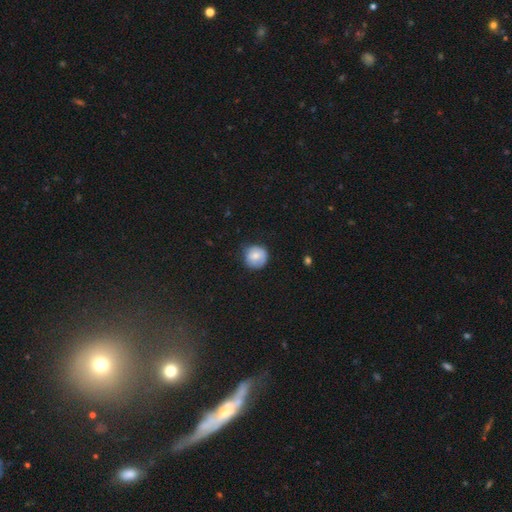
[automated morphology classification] Smooth or featured? smooth (74%)
How rounded? round (92%)
Merging? none (75%)